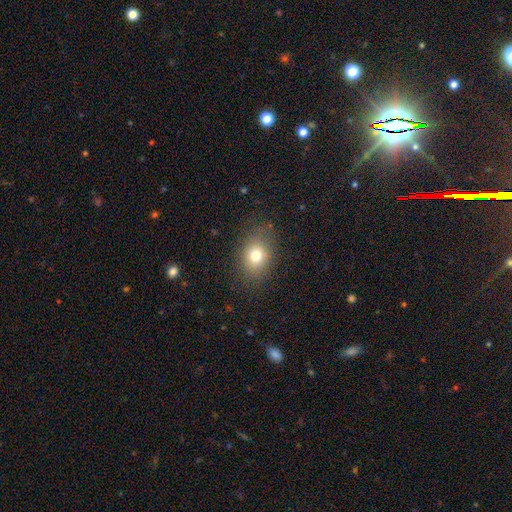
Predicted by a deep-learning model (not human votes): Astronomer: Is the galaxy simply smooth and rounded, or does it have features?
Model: smooth — 75%.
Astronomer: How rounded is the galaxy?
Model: in between — 60% (runner-up: round, 39%).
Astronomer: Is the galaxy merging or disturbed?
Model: none — 82%.